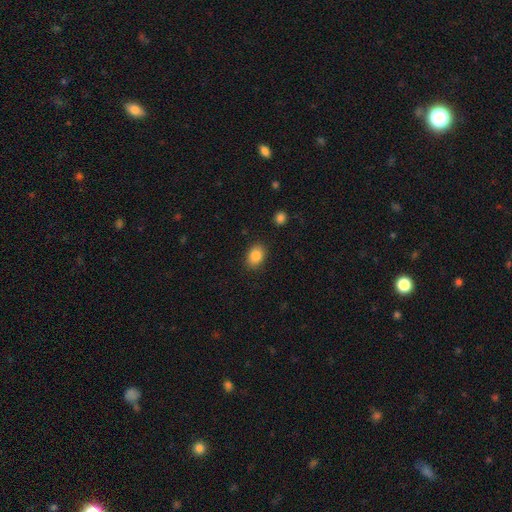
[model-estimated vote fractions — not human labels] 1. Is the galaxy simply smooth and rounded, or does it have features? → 86% smooth, 8% star or artifact, 6% featured or disk.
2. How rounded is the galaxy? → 73% in between, 26% round, 1% cigar-shaped.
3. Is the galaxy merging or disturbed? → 86% none, 9% minor disturbance, 3% major disturbance, 1% merger.